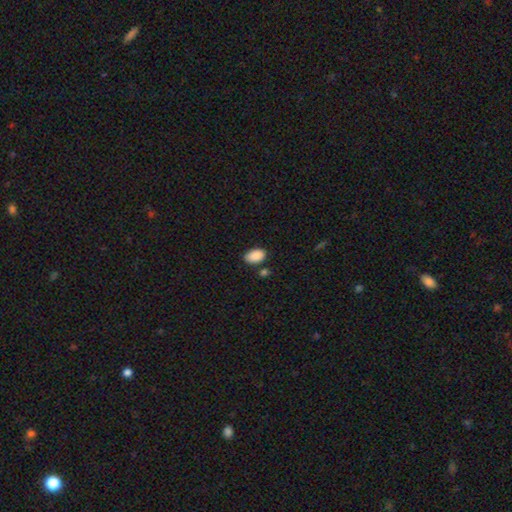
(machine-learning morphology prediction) smooth_or_featured: smooth (p=0.89) [alt: star or artifact p=0.07]
how_rounded: in between (p=0.91) [alt: round p=0.08]
merging: none (p=0.76) [alt: minor disturbance p=0.15]